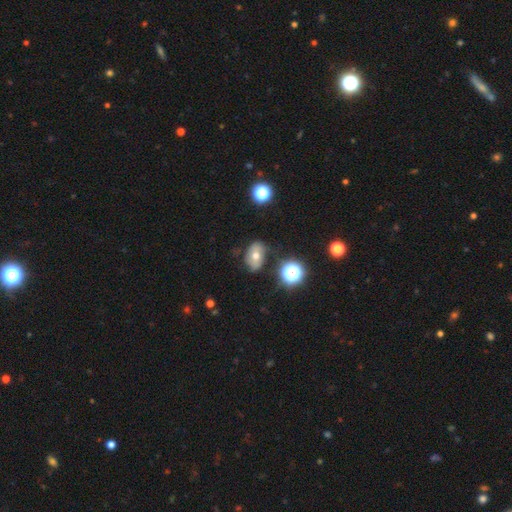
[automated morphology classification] A smooth galaxy with no disk features (56%) that is in between round and cigar-shaped (79%).

Vote fractions:
- Smooth or featured? smooth: 56% / featured or disk: 28% / star or artifact: 16%
- How rounded? in between: 79% / round: 19% / cigar-shaped: 2%
- Merging? none: 68% / minor disturbance: 22% / major disturbance: 7% / merger: 3%